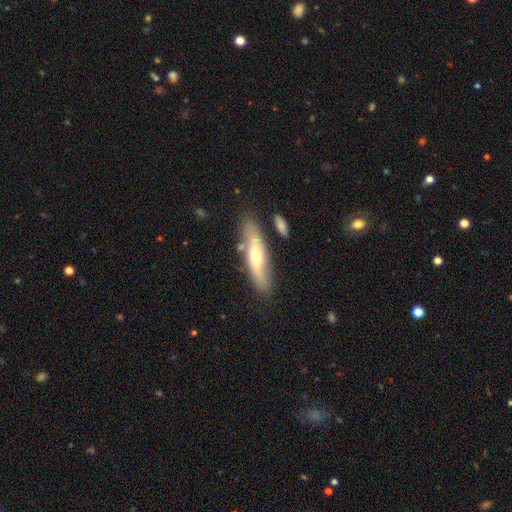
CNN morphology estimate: Smooth or featured: featured or disk — 50% (smooth — 44%)
Merging: none — 78% (minor disturbance — 14%)